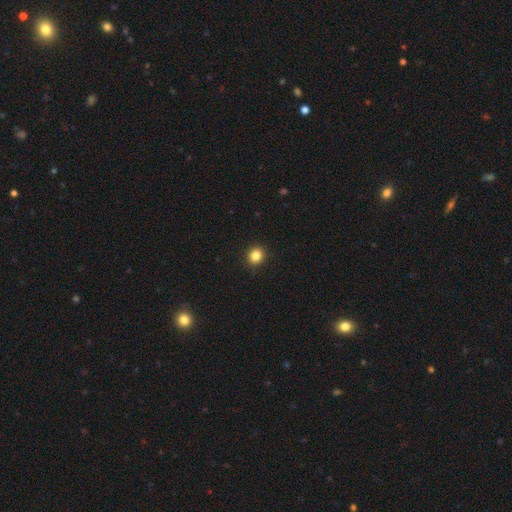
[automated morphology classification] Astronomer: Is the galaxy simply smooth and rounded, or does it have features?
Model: smooth — 84%.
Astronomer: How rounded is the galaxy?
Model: round — 83%.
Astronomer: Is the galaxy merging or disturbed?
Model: none — 91%.